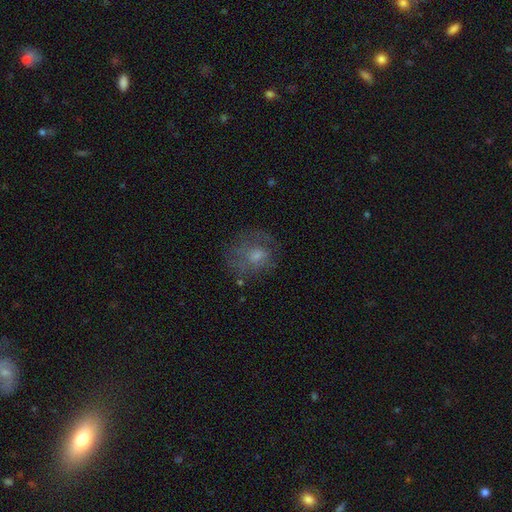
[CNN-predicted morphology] smooth 50%, featured or disk 36%, star or artifact 14%. Down the decision tree: how rounded — round (68%); merging — none (58%).